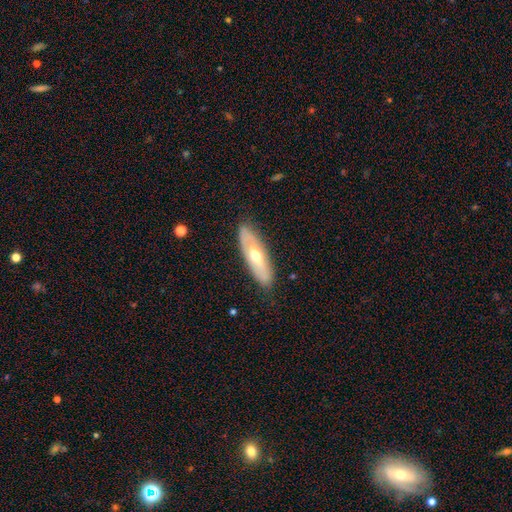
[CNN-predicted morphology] smooth_or_featured: featured or disk (p=0.52) [alt: smooth p=0.43]
disk_edge_on: no (p=0.65) [alt: yes p=0.35]
merging: none (p=0.82) [alt: minor disturbance p=0.14]